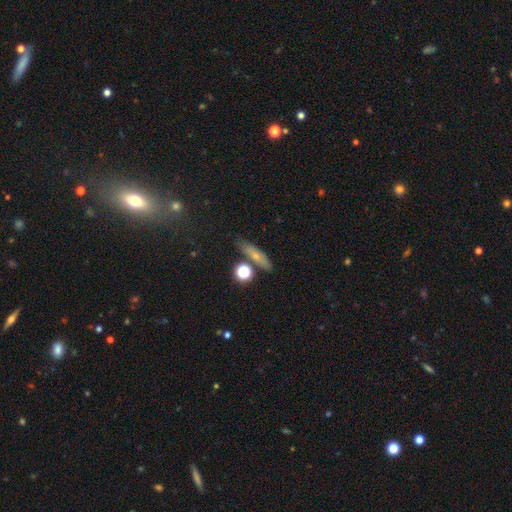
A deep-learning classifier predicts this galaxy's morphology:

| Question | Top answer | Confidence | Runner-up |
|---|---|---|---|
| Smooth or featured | smooth | 61% | featured or disk (26%) |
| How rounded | cigar-shaped | 57% | in between (30%) |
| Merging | none | 74% | minor disturbance (13%) |